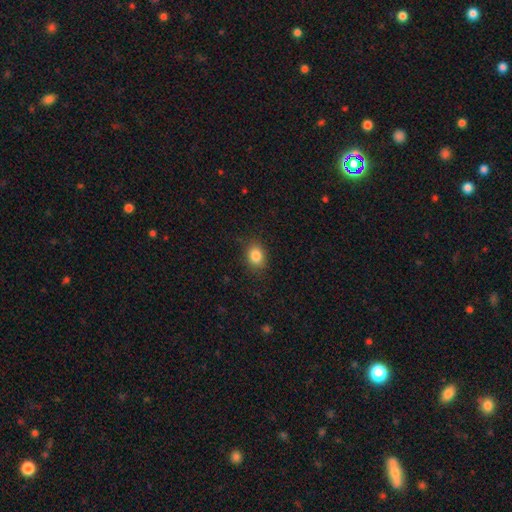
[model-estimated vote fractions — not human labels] Smooth or featured: smooth — 85% (star or artifact — 10%)
How rounded: in between — 55% (round — 44%)
Merging: none — 84% (minor disturbance — 12%)